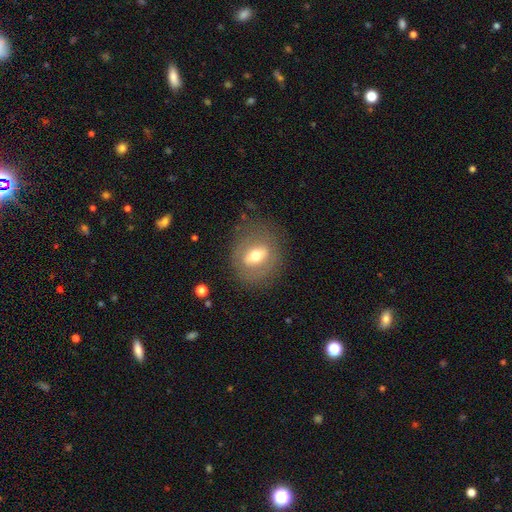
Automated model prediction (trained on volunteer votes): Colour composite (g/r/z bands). It shows a featured or disk galaxy (47%). Merging: none (75%).